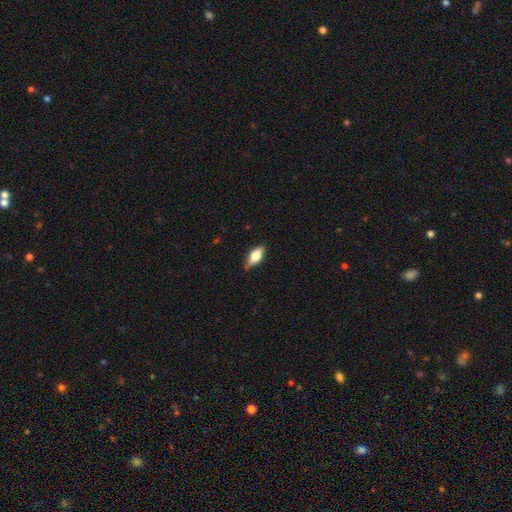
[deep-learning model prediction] Smooth or featured: smooth — 63% (featured or disk — 31%)
How rounded: in between — 80% (cigar-shaped — 16%)
Merging: none — 82% (minor disturbance — 15%)